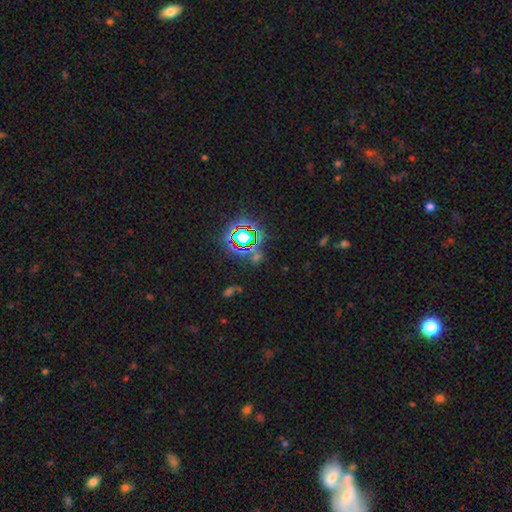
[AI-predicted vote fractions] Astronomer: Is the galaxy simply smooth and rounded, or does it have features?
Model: star or artifact — 74%.